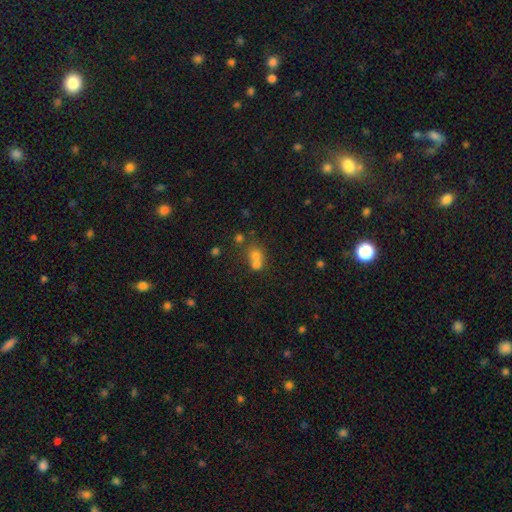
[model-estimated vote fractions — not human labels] Morphology: type=smooth (68%); roundness=round (69%); merging=merger (63%).